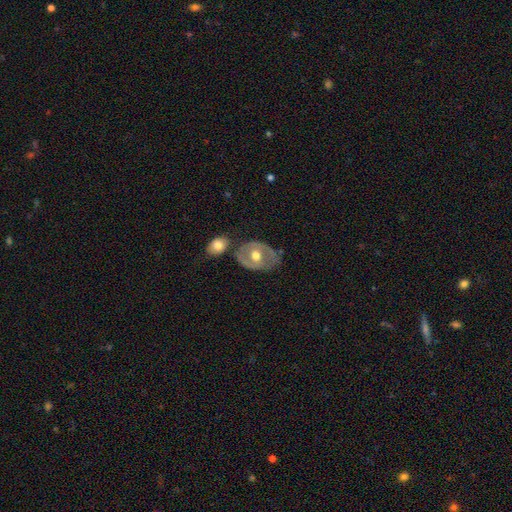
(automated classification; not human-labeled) Smooth or featured? featured or disk (57%)
Edge-on disk? no (92%)
Bar? no (68%)
Spiral arms? no (74%)
Bulge size? moderate (77%)
Merging? none (63%)